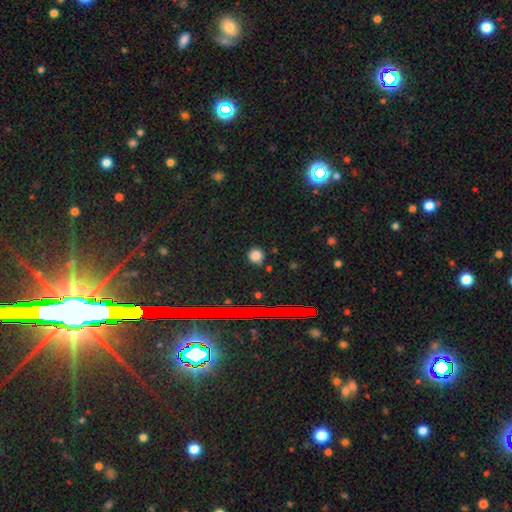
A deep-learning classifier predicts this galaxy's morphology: The model was most divided on "smooth or featured": smooth: 81%, star or artifact: 14%, featured or disk: 5%. More confident: how rounded — round (89%); merging — none (87%).